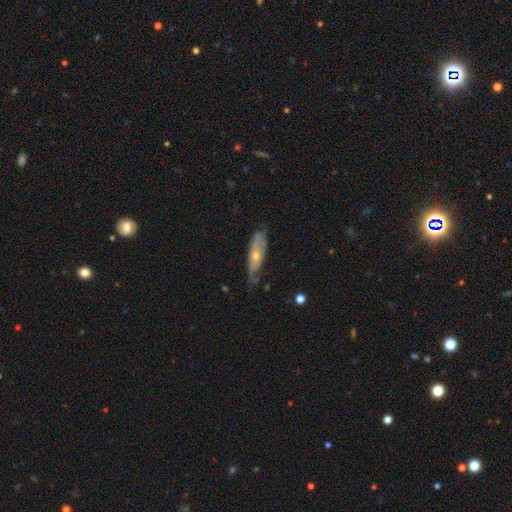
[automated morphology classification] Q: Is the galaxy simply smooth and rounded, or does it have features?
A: featured or disk — 59%.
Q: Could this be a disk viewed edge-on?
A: no — 65%.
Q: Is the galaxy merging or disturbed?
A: none — 60%.